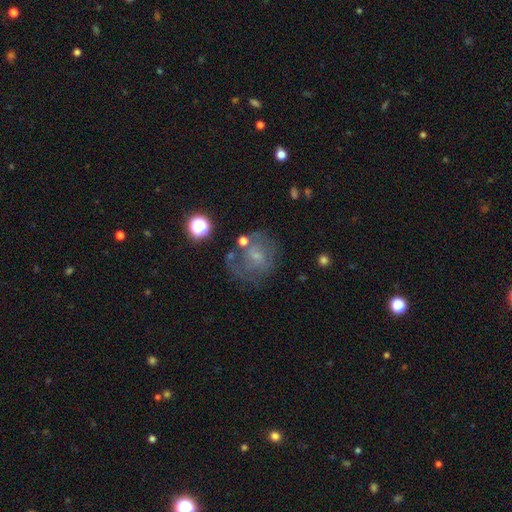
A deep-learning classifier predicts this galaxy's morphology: A featured or disk galaxy (52%) with no bar (58%), spiral arms (61%) and a small central bulge (61%). Merging: none (55%).